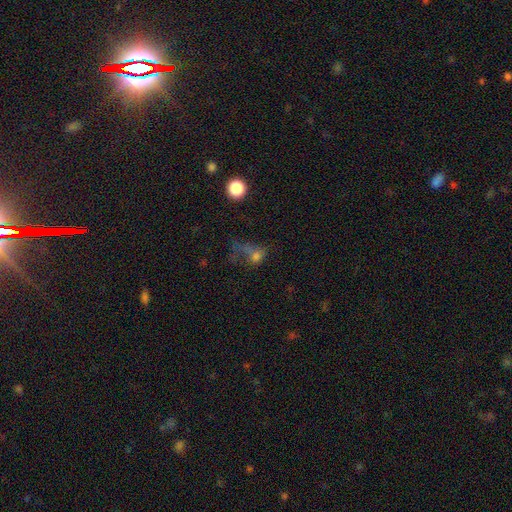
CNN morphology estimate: A smooth galaxy with no disk features (57%) that is in between round and cigar-shaped (51%).

Vote fractions:
- Smooth or featured? smooth: 57% / featured or disk: 22% / star or artifact: 21%
- How rounded? in between: 51% / round: 46% / cigar-shaped: 3%
- Merging? major disturbance: 48% / none: 20% / merger: 20% / minor disturbance: 12%